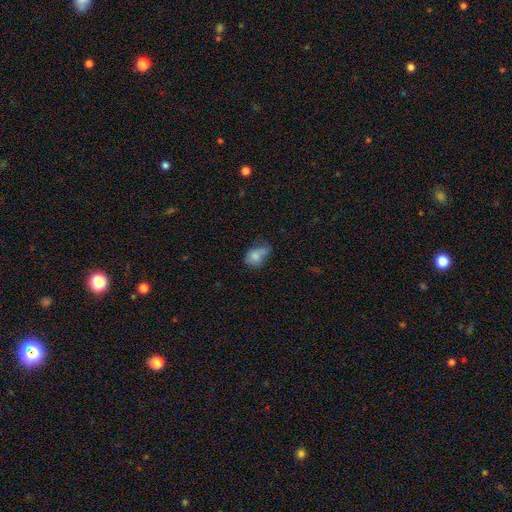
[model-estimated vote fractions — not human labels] Overall: smooth (75%). How rounded: in between (74%). Merging: minor disturbance (39%; none 33%).